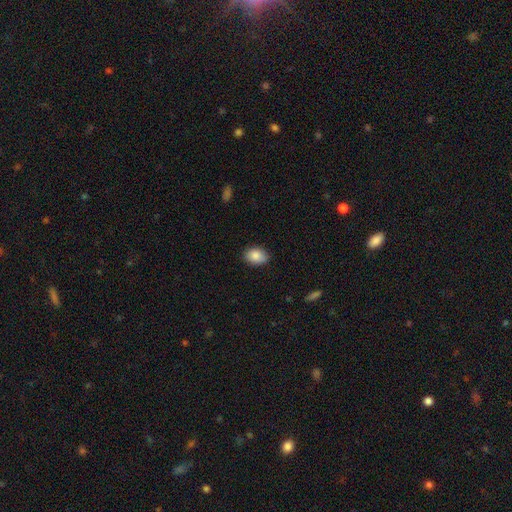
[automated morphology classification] Smooth or featured?
  - smooth: 88% *
  - star or artifact: 7%
  - featured or disk: 5%
How rounded?
  - in between: 79% *
  - round: 20%
  - cigar-shaped: 1%
Merging?
  - none: 85% *
  - minor disturbance: 12%
  - major disturbance: 2%
  - merger: 1%